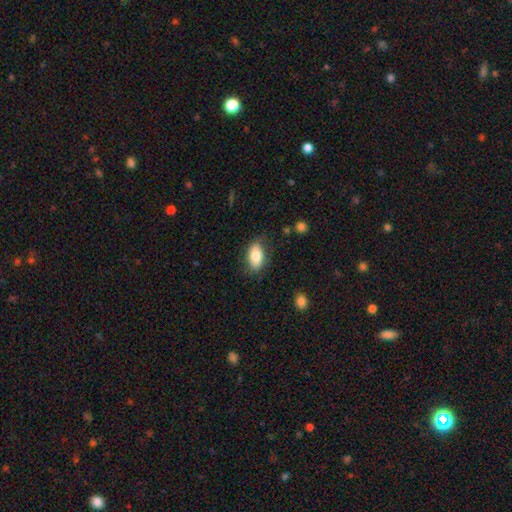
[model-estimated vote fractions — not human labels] This is likely a smooth galaxy (79%). How rounded: clearly in between (91%). Merging: likely none (76%).